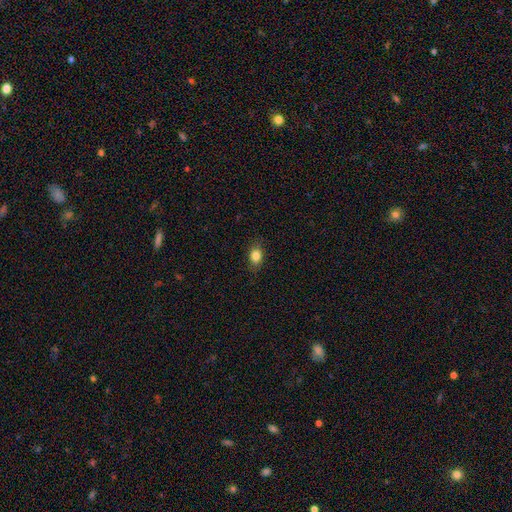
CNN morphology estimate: Q: Smooth or featured?
A: smooth (83%); runner-up: star or artifact (9%)
Q: How rounded?
A: in between (74%); runner-up: round (23%)
Q: Merging?
A: none (83%); runner-up: minor disturbance (13%)